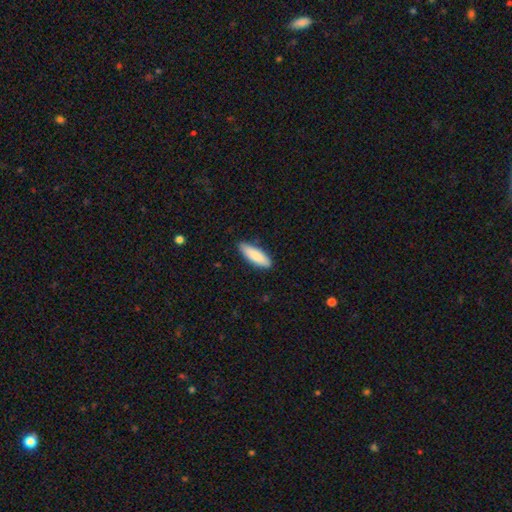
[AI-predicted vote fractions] smooth 87%, featured or disk 7%, star or artifact 5%. Down the decision tree: how rounded — in between (56%); merging — none (86%).